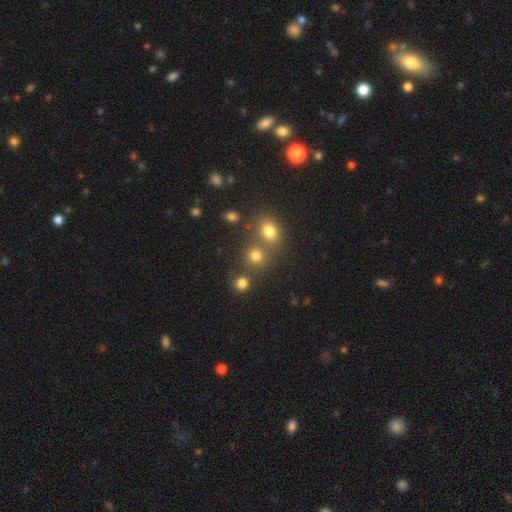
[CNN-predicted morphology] smooth 76%, star or artifact 16%, featured or disk 8%. Down the decision tree: how rounded — round (82%); merging — none (60%).